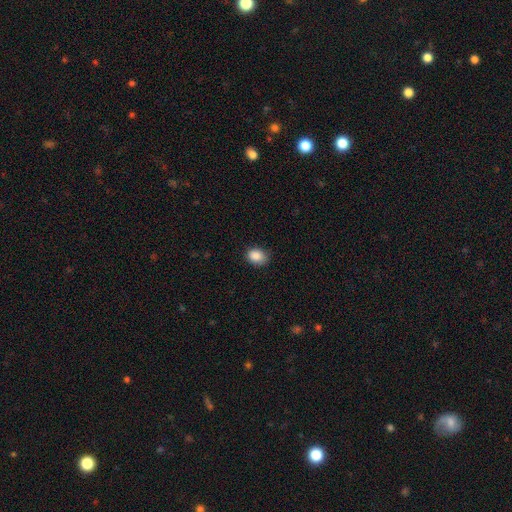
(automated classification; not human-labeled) A smooth galaxy with no disk features (88%) that is in between round and cigar-shaped (59%).

Vote fractions:
- Smooth or featured? smooth: 88% / star or artifact: 9% / featured or disk: 4%
- How rounded? in between: 59% / round: 40% / cigar-shaped: 1%
- Merging? none: 77% / minor disturbance: 19% / major disturbance: 3% / merger: 1%